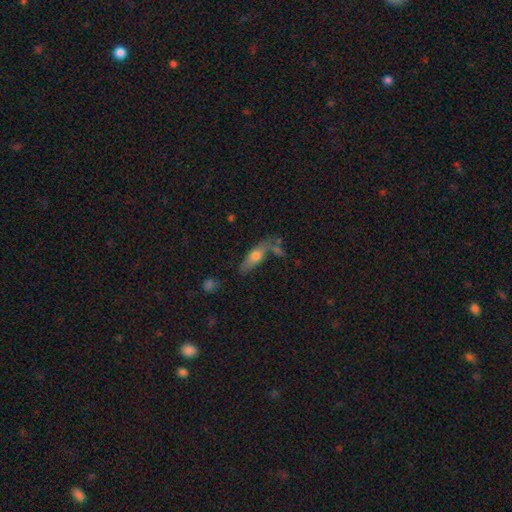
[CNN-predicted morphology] Smooth or featured? Predicted: smooth (p=0.59). How rounded? Predicted: in between (p=0.55). Merging? Predicted: none (p=0.53).